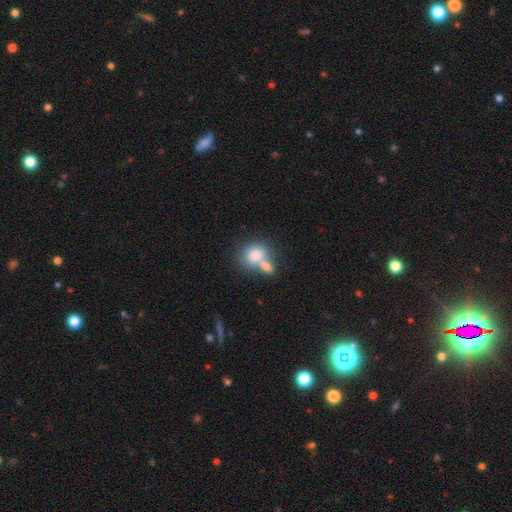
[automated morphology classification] Smooth or featured?
  - smooth: 80% *
  - featured or disk: 12%
  - star or artifact: 8%
How rounded?
  - in between: 57% *
  - round: 42%
  - cigar-shaped: 2%
Merging?
  - merger: 59% *
  - none: 26%
  - minor disturbance: 10%
  - major disturbance: 6%